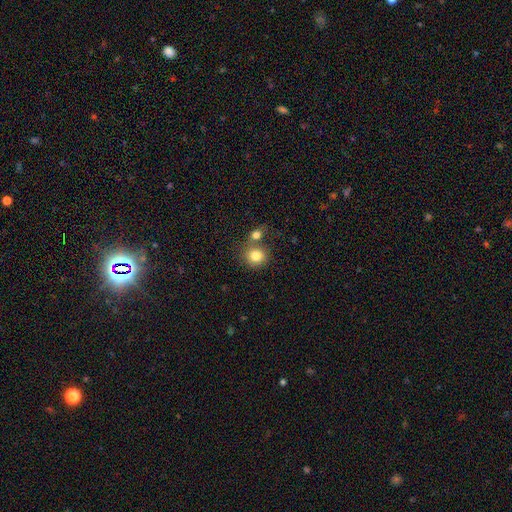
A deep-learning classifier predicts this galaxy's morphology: This appears to be a smooth galaxy with no disk features (82%) that is round (84%). Merging: none (56%).